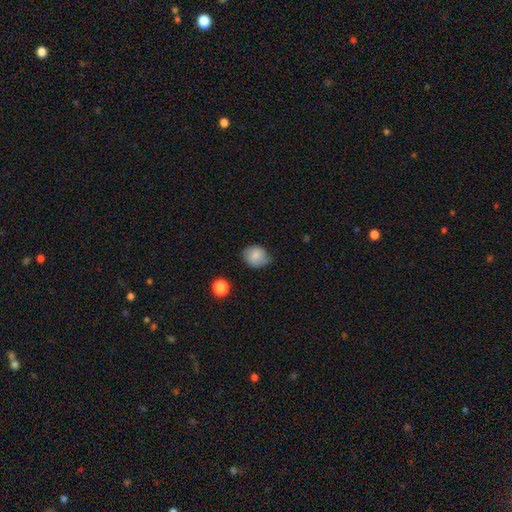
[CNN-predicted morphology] The model was most divided on "merging": none: 61%, minor disturbance: 31%, major disturbance: 6%, merger: 2%. More confident: smooth or featured — smooth (81%); how rounded — round (65%).